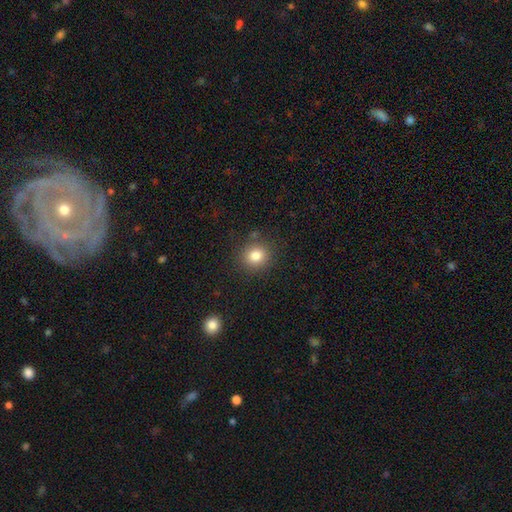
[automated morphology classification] Overall: smooth (81%). How rounded: round (85%). Merging: none (86%).